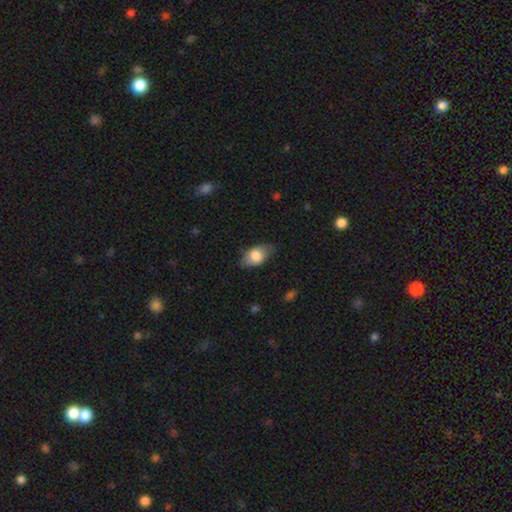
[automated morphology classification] Smooth or featured? Predicted: smooth (p=0.76). How rounded? Predicted: in between (p=0.90). Merging? Predicted: none (p=0.73).